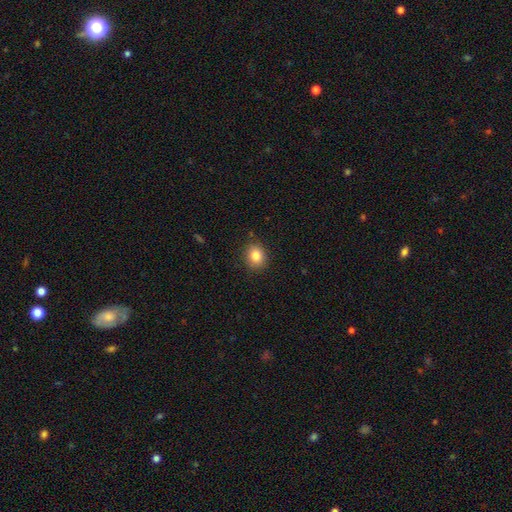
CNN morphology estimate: Q: Smooth or featured?
A: smooth (83%); runner-up: star or artifact (10%)
Q: How rounded?
A: round (69%); runner-up: in between (30%)
Q: Merging?
A: none (88%); runner-up: minor disturbance (9%)